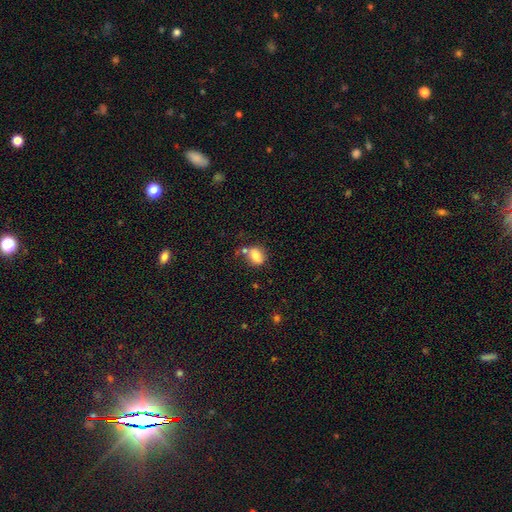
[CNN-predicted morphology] This appears to be a smooth galaxy with no disk features (79%) that is in between round and cigar-shaped (61%). Merging: none (57%).